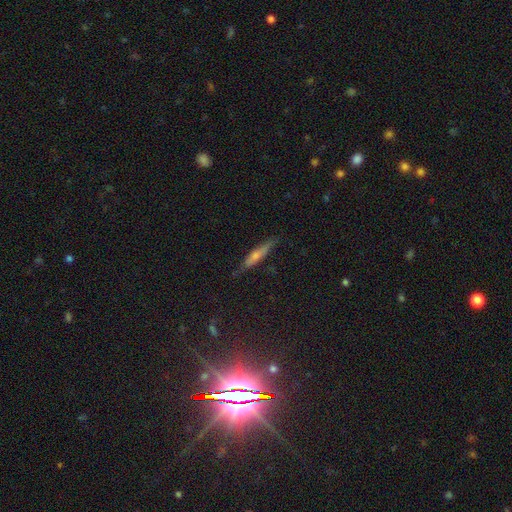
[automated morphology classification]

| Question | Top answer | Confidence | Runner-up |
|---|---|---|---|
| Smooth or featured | featured or disk | 49% | smooth (40%) |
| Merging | none | 82% | minor disturbance (14%) |